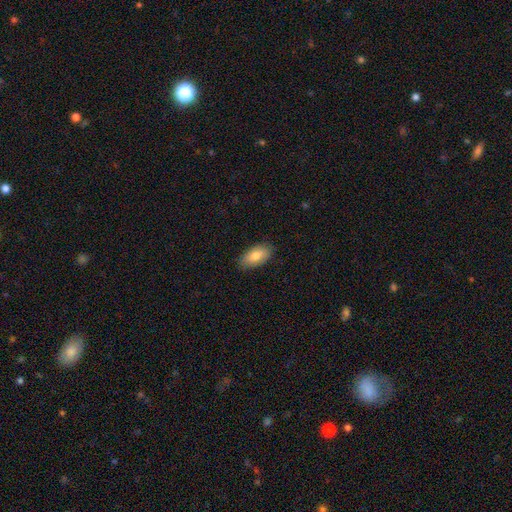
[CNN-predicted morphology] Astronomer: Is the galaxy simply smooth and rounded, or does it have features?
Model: smooth — 79%.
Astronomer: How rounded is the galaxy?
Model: in between — 93%.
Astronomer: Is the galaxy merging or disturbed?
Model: none — 84%.